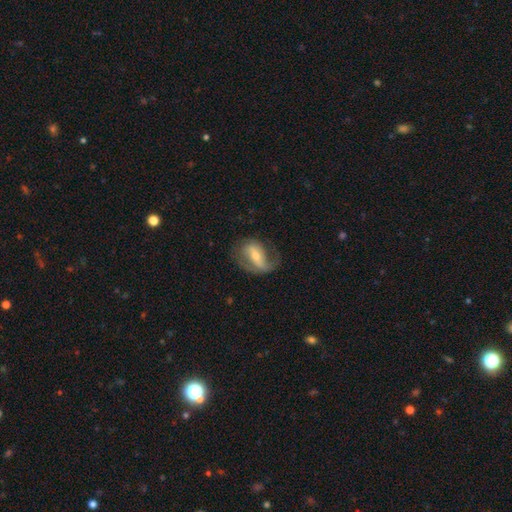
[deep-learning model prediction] Q: Smooth or featured?
A: featured or disk (73%); runner-up: smooth (20%)
Q: Edge-on disk?
A: no (93%); runner-up: yes (7%)
Q: Bar?
A: strong (48%); runner-up: weak (33%)
Q: Spiral arms?
A: yes (84%); runner-up: no (16%)
Q: Spiral winding?
A: medium (41%); runner-up: loose (36%)
Q: Spiral arm count?
A: 2 (67%); runner-up: 1 (20%)
Q: Bulge size?
A: small (49%); runner-up: moderate (45%)
Q: Merging?
A: none (59%); runner-up: minor disturbance (21%)